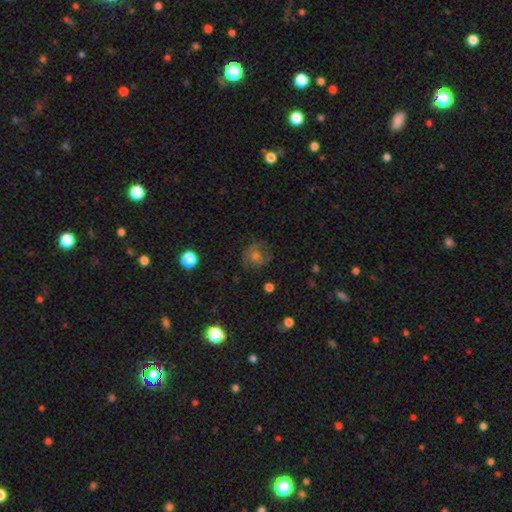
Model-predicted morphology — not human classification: The model was most divided on "smooth or featured": smooth: 55%, featured or disk: 26%, star or artifact: 19%. More confident: how rounded — round (86%); merging — none (77%).